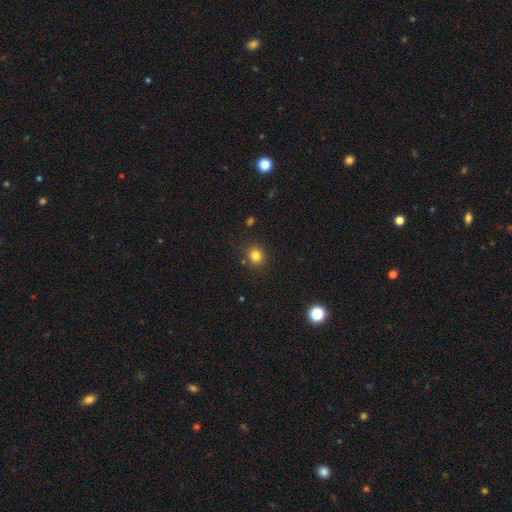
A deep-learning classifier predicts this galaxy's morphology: type=smooth (81%); roundness=round (70%); merging=none (84%).